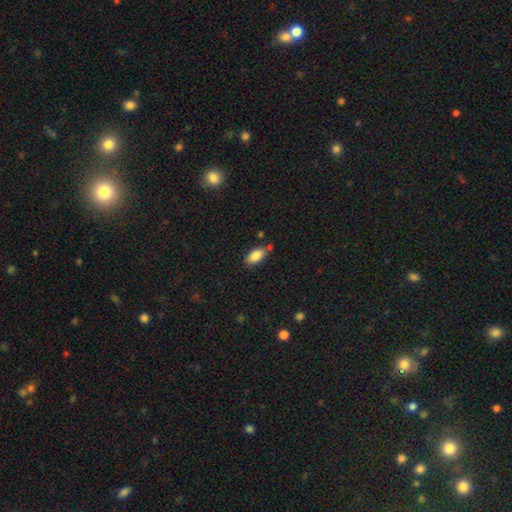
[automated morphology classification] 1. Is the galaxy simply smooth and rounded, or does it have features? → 86% smooth, 7% star or artifact, 7% featured or disk.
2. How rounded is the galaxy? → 91% in between, 7% cigar-shaped, 3% round.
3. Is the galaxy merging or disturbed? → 73% none, 16% minor disturbance, 7% merger, 3% major disturbance.